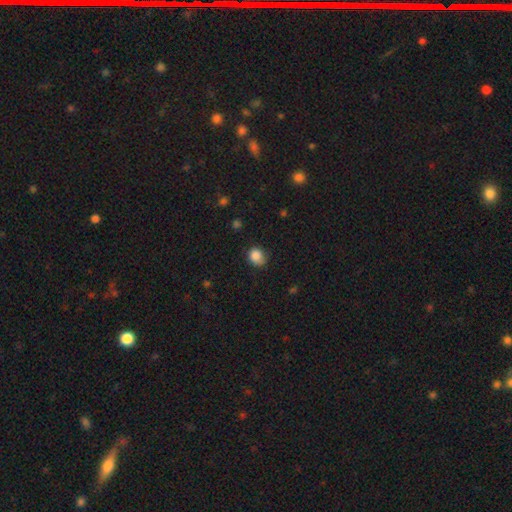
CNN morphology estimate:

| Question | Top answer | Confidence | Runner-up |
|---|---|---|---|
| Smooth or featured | smooth | 86% | star or artifact (9%) |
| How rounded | round | 67% | in between (32%) |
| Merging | none | 68% | minor disturbance (26%) |